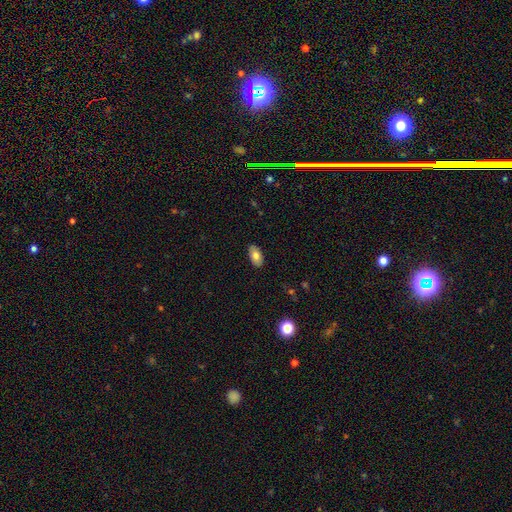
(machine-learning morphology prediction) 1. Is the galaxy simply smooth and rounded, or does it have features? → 77% smooth, 16% featured or disk, 7% star or artifact.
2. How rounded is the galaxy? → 94% in between, 4% round, 2% cigar-shaped.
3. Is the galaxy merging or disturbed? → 87% none, 10% minor disturbance, 2% major disturbance, 1% merger.